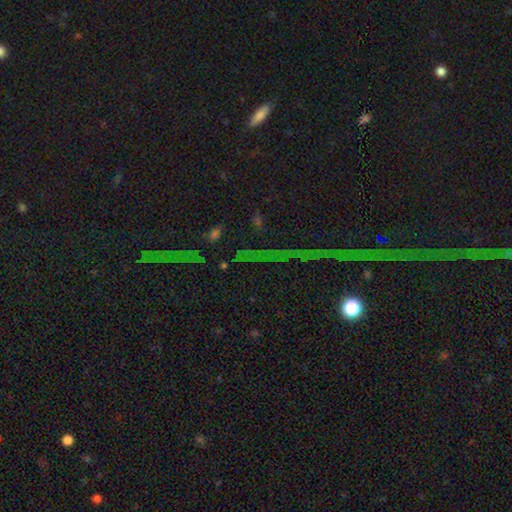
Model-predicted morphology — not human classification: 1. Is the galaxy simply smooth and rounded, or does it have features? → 75% star or artifact, 13% featured or disk, 13% smooth.